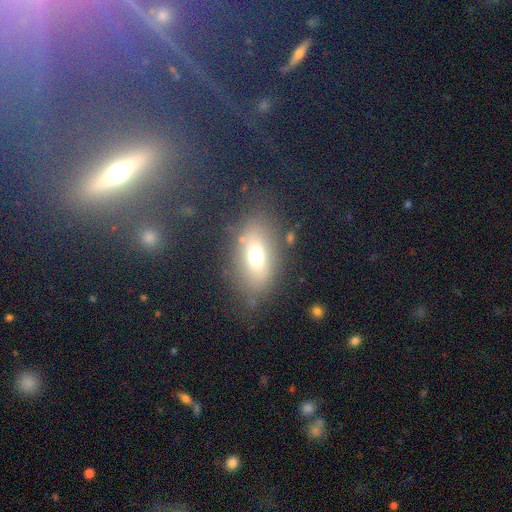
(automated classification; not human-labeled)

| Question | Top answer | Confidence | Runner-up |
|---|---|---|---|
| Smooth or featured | smooth | 66% | featured or disk (22%) |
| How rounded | in between | 82% | round (12%) |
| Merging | none | 74% | minor disturbance (14%) |